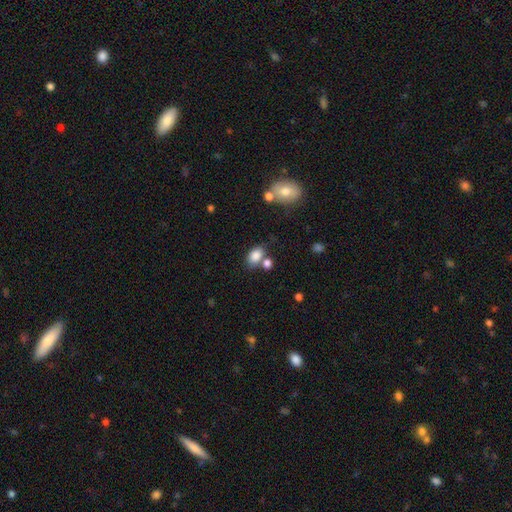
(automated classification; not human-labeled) A smooth galaxy with no disk features (83%) that is in between round and cigar-shaped (83%).

Vote fractions:
- Smooth or featured? smooth: 83% / star or artifact: 10% / featured or disk: 7%
- How rounded? in between: 83% / round: 16% / cigar-shaped: 1%
- Merging? none: 56% / merger: 24% / minor disturbance: 14% / major disturbance: 5%